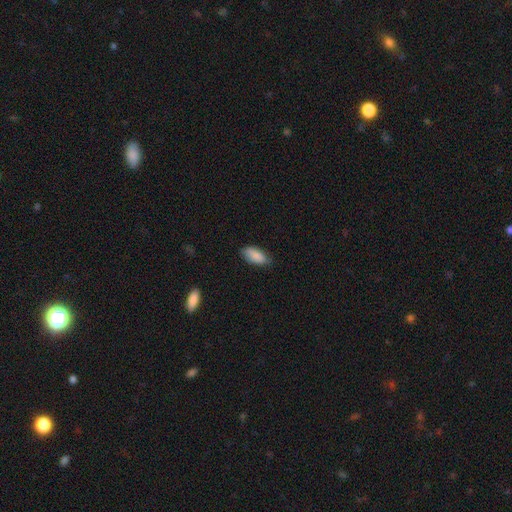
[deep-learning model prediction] This is clearly a smooth galaxy (87%). How rounded: clearly in between (89%). Merging: likely none (72%).